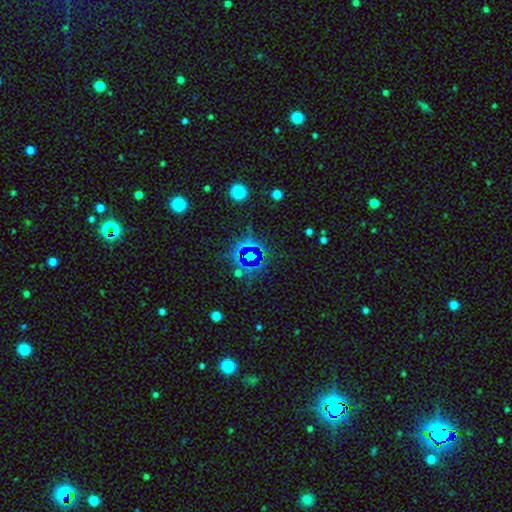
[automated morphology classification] type=star or artifact (75%).